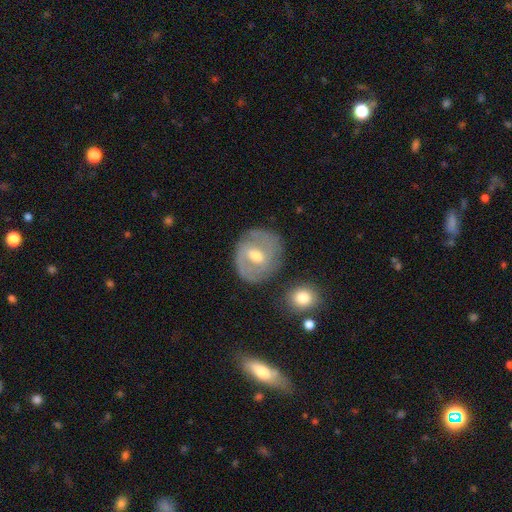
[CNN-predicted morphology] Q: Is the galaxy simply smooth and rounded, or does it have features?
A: featured or disk — 69%.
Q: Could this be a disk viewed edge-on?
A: no — 96%.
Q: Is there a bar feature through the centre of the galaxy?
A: weak — 57%.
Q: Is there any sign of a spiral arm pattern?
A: yes — 80%.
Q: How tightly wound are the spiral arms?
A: tight — 50%.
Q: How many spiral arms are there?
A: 2 — 61%.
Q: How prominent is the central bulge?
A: moderate — 72%.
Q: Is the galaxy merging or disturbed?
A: none — 74%.